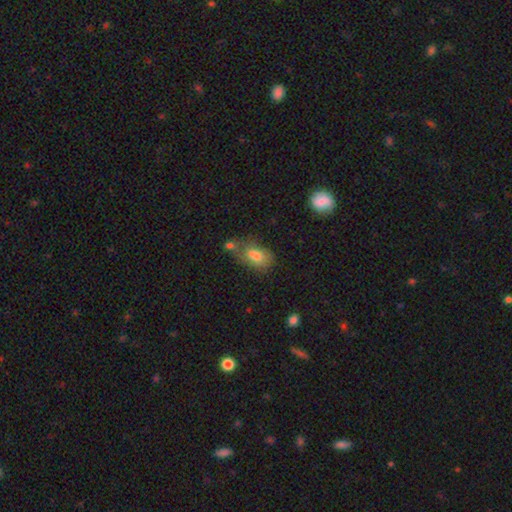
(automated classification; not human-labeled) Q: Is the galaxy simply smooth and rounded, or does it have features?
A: smooth — 75%.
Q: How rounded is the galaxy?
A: in between — 88%.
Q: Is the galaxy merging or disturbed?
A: none — 39%.